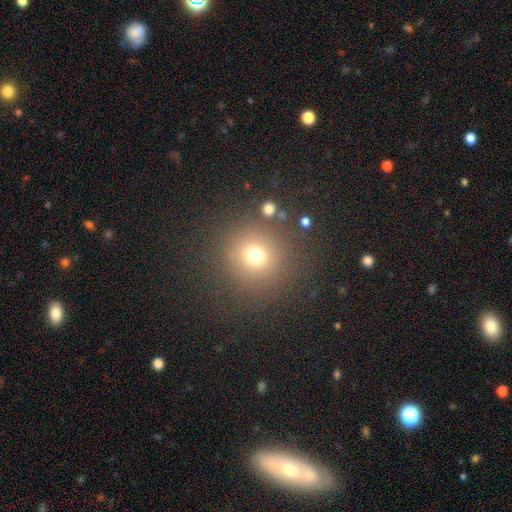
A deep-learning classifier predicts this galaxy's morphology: A smooth galaxy with no disk features (66%) that is round (94%).

Vote fractions:
- Smooth or featured? smooth: 66% / star or artifact: 26% / featured or disk: 8%
- How rounded? round: 94% / in between: 5% / cigar-shaped: 1%
- Merging? none: 86% / minor disturbance: 7% / major disturbance: 3% / merger: 3%